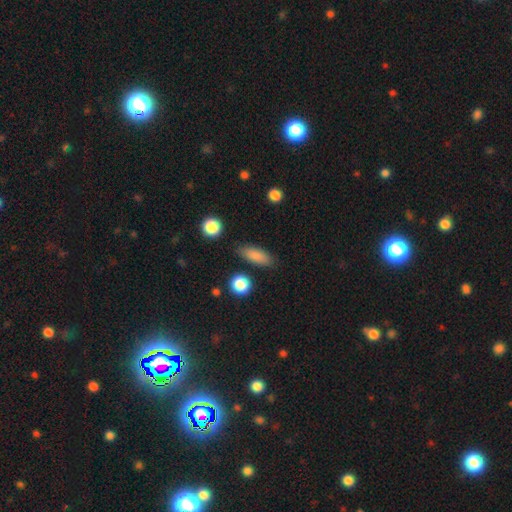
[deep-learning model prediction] smooth_or_featured: smooth (p=0.84) [alt: featured or disk p=0.08]
how_rounded: in between (p=0.66) [alt: cigar-shaped p=0.28]
merging: none (p=0.82) [alt: minor disturbance p=0.12]